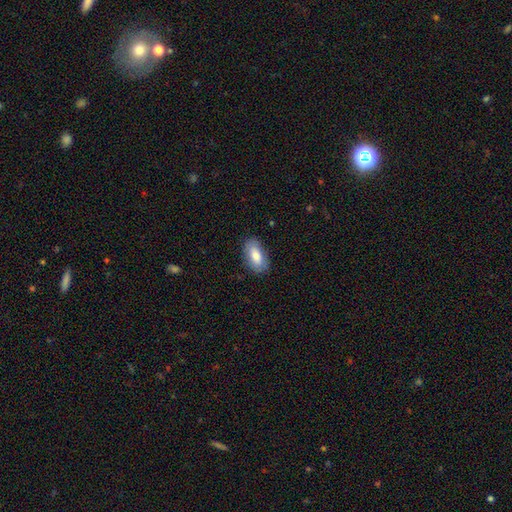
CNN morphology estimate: smooth_or_featured: smooth (p=0.81) [alt: featured or disk p=0.12]
how_rounded: in between (p=0.91) [alt: cigar-shaped p=0.05]
merging: none (p=0.85) [alt: minor disturbance p=0.12]